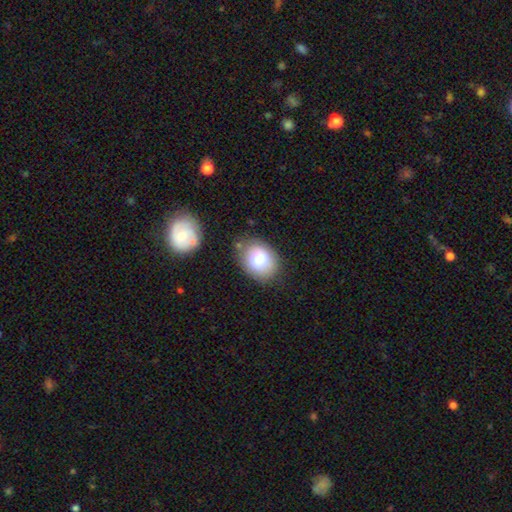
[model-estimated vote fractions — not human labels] Q: Smooth or featured?
A: smooth (74%); runner-up: featured or disk (16%)
Q: How rounded?
A: in between (52%); runner-up: round (47%)
Q: Merging?
A: none (77%); runner-up: minor disturbance (14%)